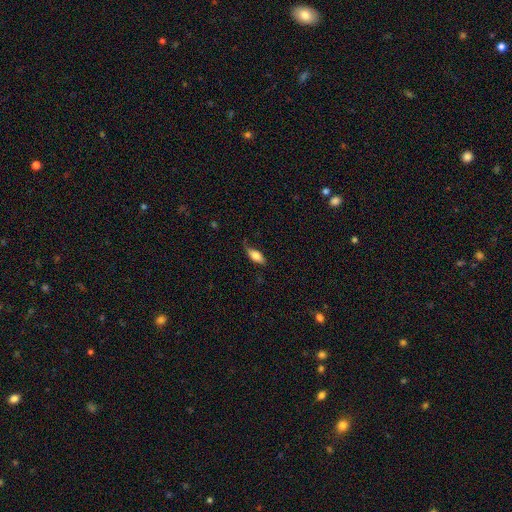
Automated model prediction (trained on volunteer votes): Morphology: type=smooth (76%); roundness=in between (81%); merging=none (65%).